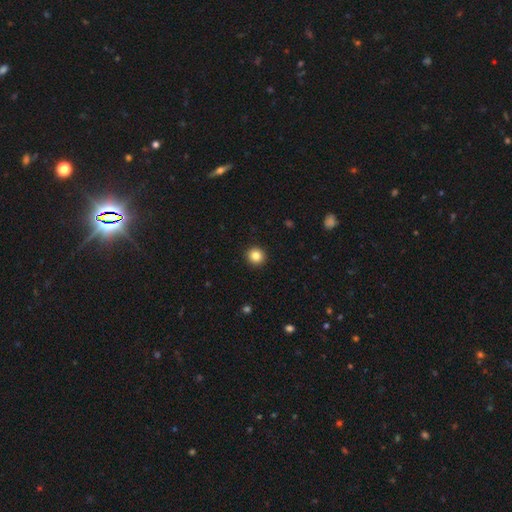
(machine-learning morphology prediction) A smooth galaxy with no disk features (84%) that is round (94%). Merging: none (93%).